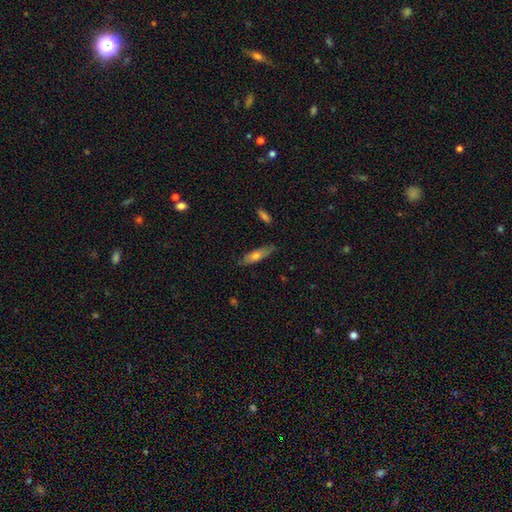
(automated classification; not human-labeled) Overall: smooth (60%; featured or disk 33%). How rounded: cigar-shaped (63%; in between 35%). Merging: none (80%).